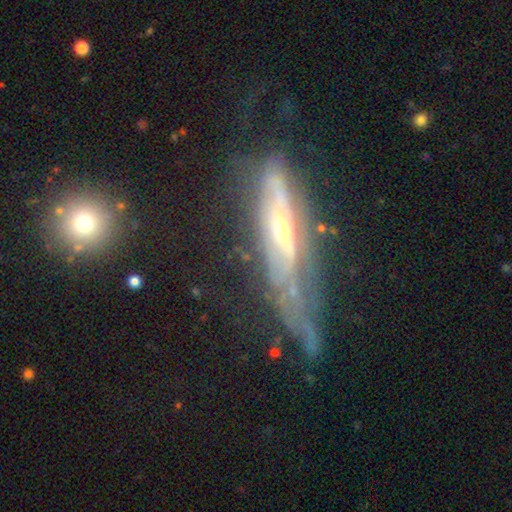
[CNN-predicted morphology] Q: Smooth or featured?
A: featured or disk (80%); runner-up: smooth (13%)
Q: Edge-on disk?
A: yes (62%); runner-up: no (38%)
Q: Merging?
A: none (36%); runner-up: minor disturbance (30%)